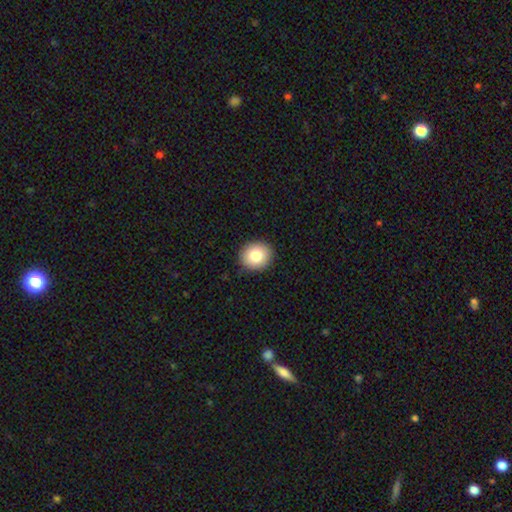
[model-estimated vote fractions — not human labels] Smooth or featured: smooth — 82% (featured or disk — 9%)
How rounded: round — 77% (in between — 22%)
Merging: none — 91% (minor disturbance — 7%)